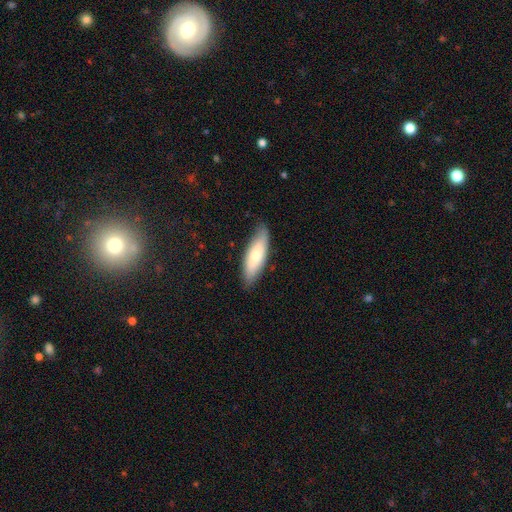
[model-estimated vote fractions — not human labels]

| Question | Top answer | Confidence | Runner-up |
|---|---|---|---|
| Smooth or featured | smooth | 72% | featured or disk (22%) |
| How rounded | in between | 52% | cigar-shaped (47%) |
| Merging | none | 82% | minor disturbance (14%) |